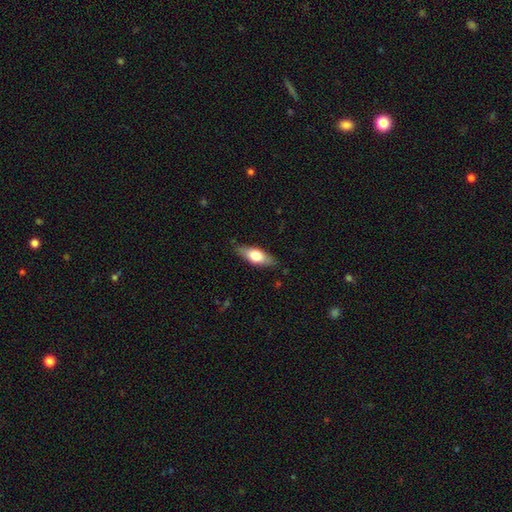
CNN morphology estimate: Q: Smooth or featured?
A: smooth (63%); runner-up: featured or disk (31%)
Q: How rounded?
A: in between (71%); runner-up: cigar-shaped (26%)
Q: Merging?
A: none (82%); runner-up: minor disturbance (14%)